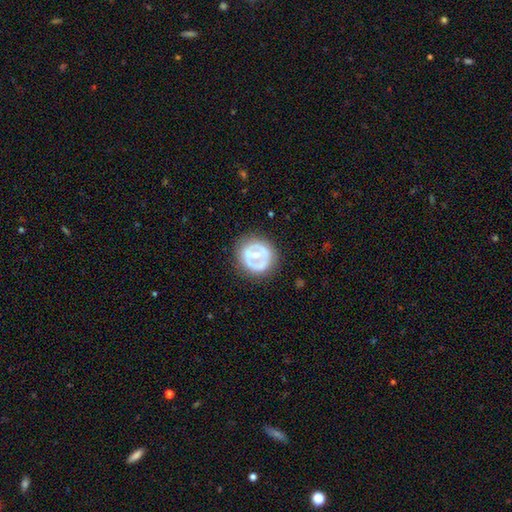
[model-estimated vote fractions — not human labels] featured or disk 54%, smooth 38%, star or artifact 8%. Down the decision tree: edge-on disk — no (95%); bar — no (57%); spiral arms — no (83%); bulge size — moderate (45%); merging — none (73%).